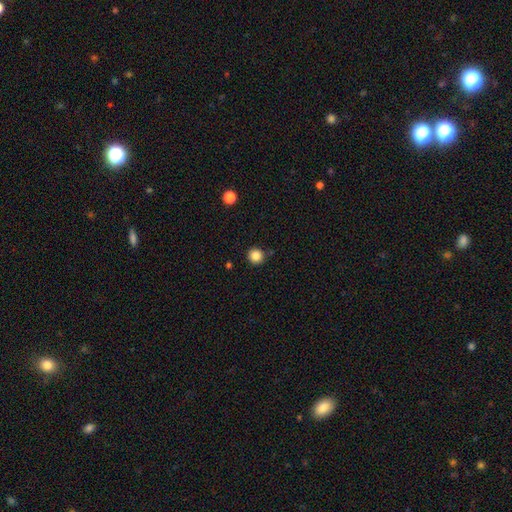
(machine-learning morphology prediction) Smooth or featured: smooth — 86% (star or artifact — 11%)
How rounded: round — 95% (in between — 4%)
Merging: none — 90% (minor disturbance — 6%)